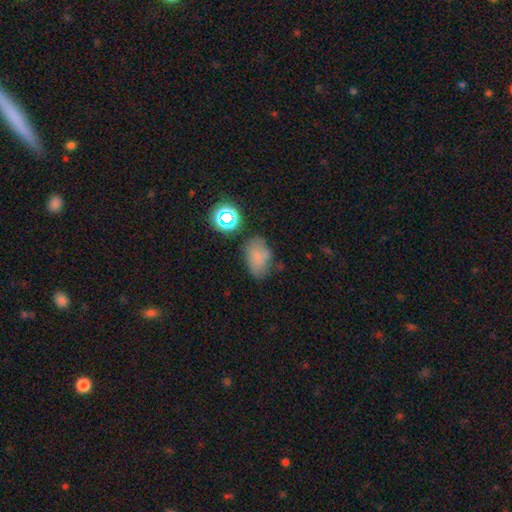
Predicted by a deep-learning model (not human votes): Overall: smooth (67%). How rounded: in between (80%). Merging: none (61%; minor disturbance 25%).